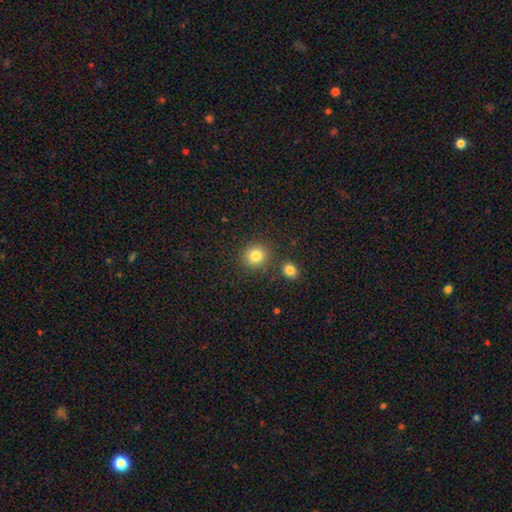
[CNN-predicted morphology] smooth-or-featured: smooth: 83% | star or artifact: 11% | featured or disk: 6%
  how-rounded: round: 88% | in between: 11% | cigar-shaped: 1%
  merging: none: 84% | minor disturbance: 7% | merger: 6% | major disturbance: 3%